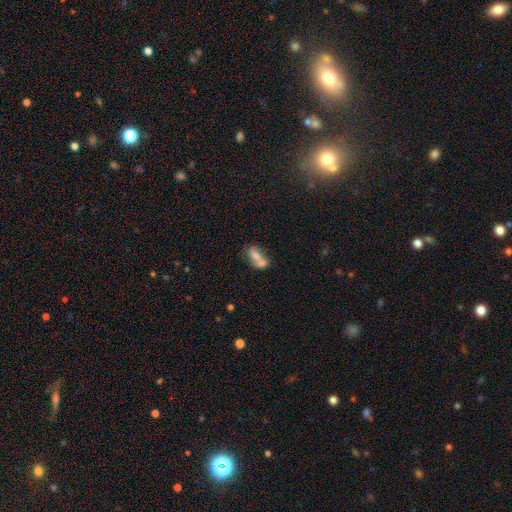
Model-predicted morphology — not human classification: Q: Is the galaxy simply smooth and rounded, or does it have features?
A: smooth — 64%.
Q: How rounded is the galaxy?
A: in between — 82%.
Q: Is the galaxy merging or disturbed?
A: merger — 60%.